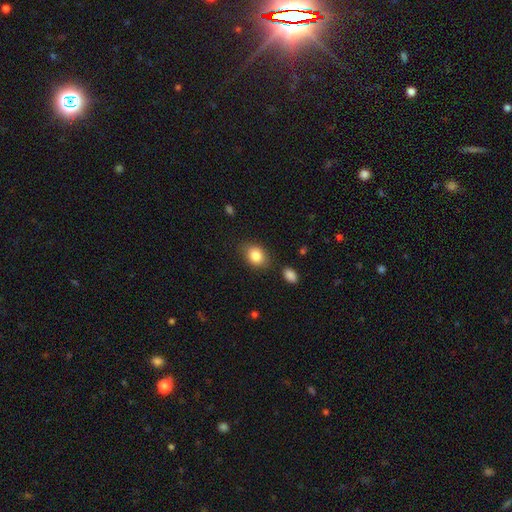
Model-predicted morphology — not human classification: Smooth or featured?
  - smooth: 83% *
  - star or artifact: 9%
  - featured or disk: 8%
How rounded?
  - in between: 66% *
  - round: 32%
  - cigar-shaped: 1%
Merging?
  - none: 80% *
  - minor disturbance: 13%
  - major disturbance: 3%
  - merger: 3%